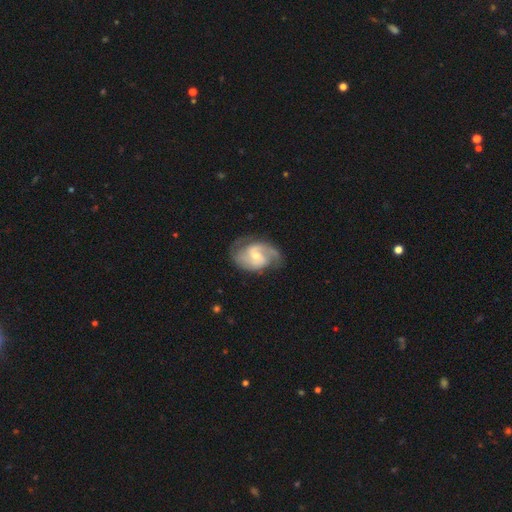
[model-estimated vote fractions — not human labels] smooth-or-featured: featured or disk: 87% | smooth: 9% | star or artifact: 5%
  disk-edge-on: no: 97% | yes: 3%
    bar: weak: 50% | no: 36% | strong: 14%
    has-spiral-arms: yes: 96% | no: 4%
      spiral-winding: medium: 54% | tight: 26% | loose: 20%
      spiral-arm-count: 2: 80% | can't tell: 7% | 3: 6% | 1: 4% | 4: 2% | more than 4: 1%
    bulge-size: small: 52% | moderate: 43% | large: 2% | none: 2% | dominant: 1%
  merging: none: 72% | minor disturbance: 18% | major disturbance: 8% | merger: 1%